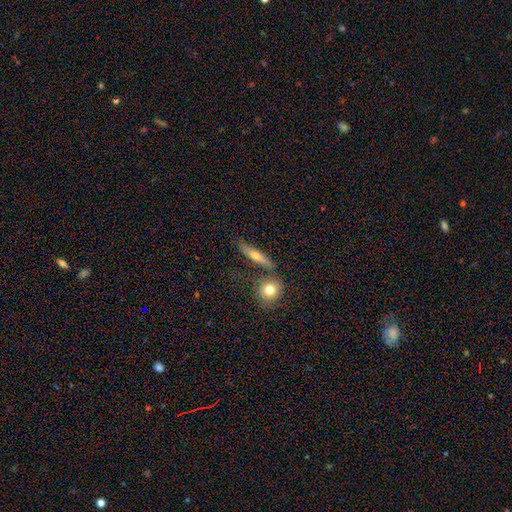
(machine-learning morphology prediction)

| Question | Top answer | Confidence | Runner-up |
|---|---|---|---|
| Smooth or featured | smooth | 50% | featured or disk (42%) |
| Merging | none | 72% | minor disturbance (12%) |